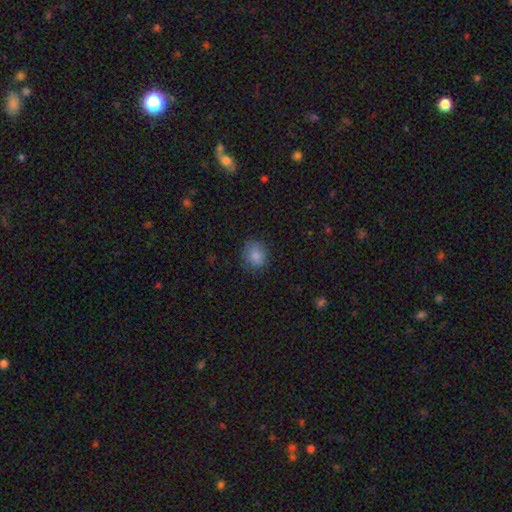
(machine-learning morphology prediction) This is clearly a smooth galaxy (85%). How rounded: likely round (77%). Merging: likely none (78%).